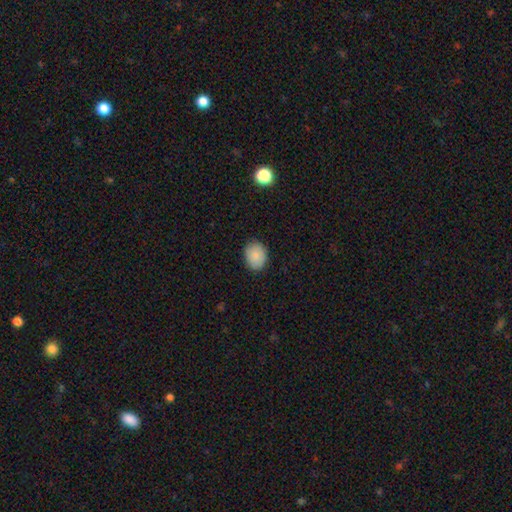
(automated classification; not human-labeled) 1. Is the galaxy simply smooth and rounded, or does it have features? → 88% smooth, 7% star or artifact, 5% featured or disk.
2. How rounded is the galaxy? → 54% in between, 45% round, 1% cigar-shaped.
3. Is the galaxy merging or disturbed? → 86% none, 11% minor disturbance, 2% major disturbance, 1% merger.